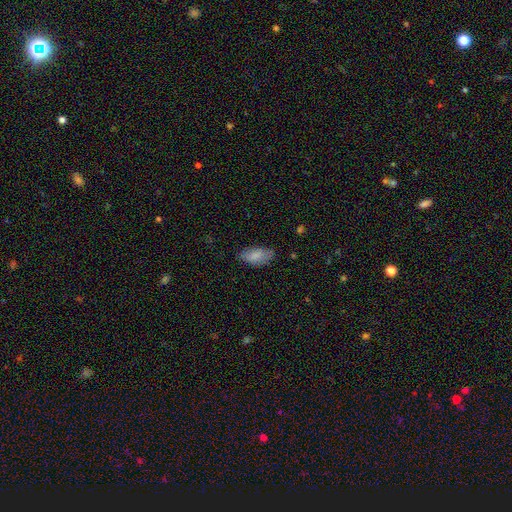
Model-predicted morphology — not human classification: Q: Smooth or featured?
A: smooth (82%); runner-up: featured or disk (11%)
Q: How rounded?
A: in between (91%); runner-up: cigar-shaped (7%)
Q: Merging?
A: none (72%); runner-up: minor disturbance (22%)